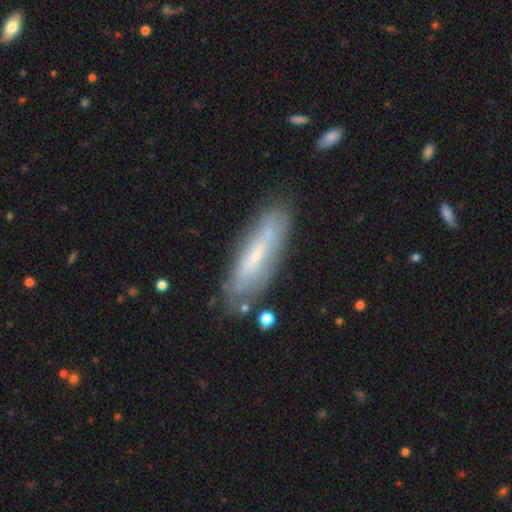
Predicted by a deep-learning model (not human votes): Smooth or featured? smooth (48%)
Merging? none (73%)